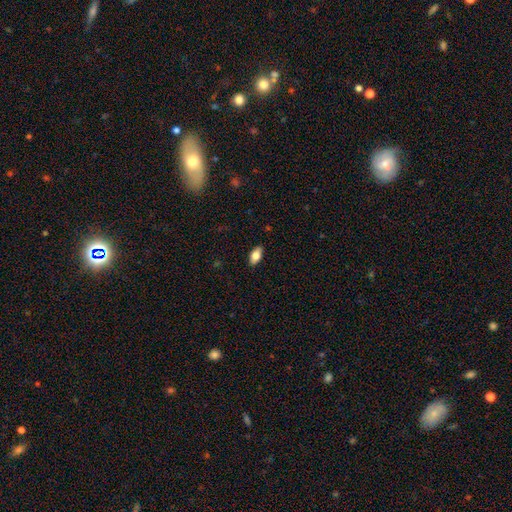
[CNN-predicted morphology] type=smooth (77%); roundness=in between (90%); merging=none (88%).